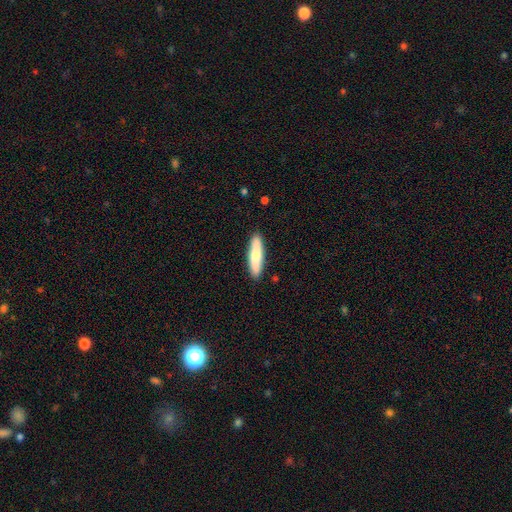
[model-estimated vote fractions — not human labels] Smooth or featured? Predicted: smooth (p=0.70). How rounded? Predicted: cigar-shaped (p=0.76). Merging? Predicted: none (p=0.89).